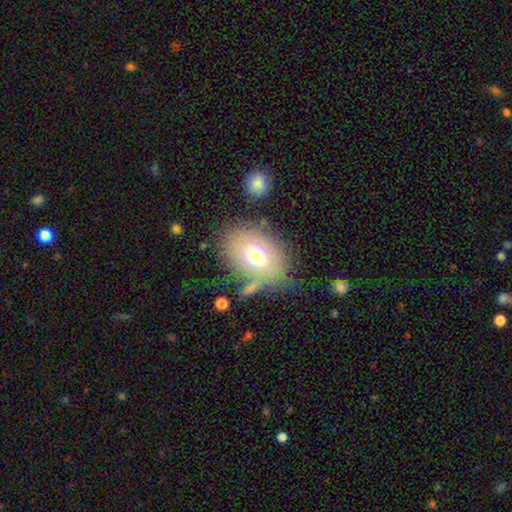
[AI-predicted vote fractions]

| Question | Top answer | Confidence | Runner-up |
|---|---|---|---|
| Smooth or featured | smooth | 64% | featured or disk (25%) |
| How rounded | in between | 72% | round (27%) |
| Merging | none | 59% | minor disturbance (19%) |